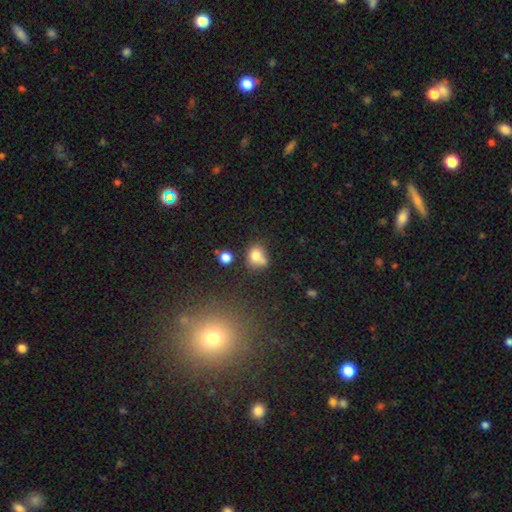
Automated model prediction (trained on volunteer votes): Smooth or featured?
  - smooth: 75% *
  - featured or disk: 12%
  - star or artifact: 12%
How rounded?
  - round: 61% *
  - in between: 38%
  - cigar-shaped: 1%
Merging?
  - none: 43% *
  - merger: 33%
  - minor disturbance: 17%
  - major disturbance: 7%